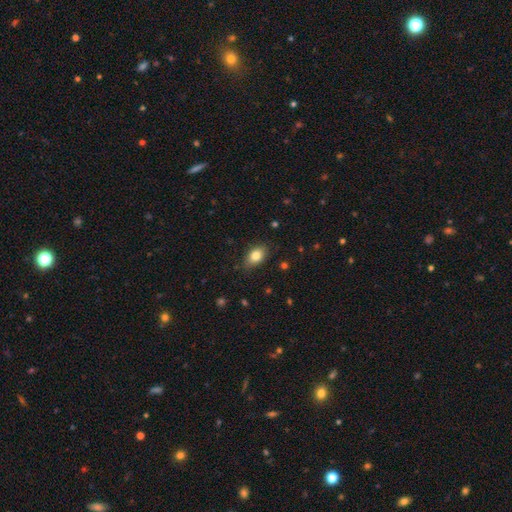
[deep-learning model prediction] smooth-or-featured: smooth: 82% | featured or disk: 9% | star or artifact: 9%
  how-rounded: in between: 85% | round: 13% | cigar-shaped: 2%
  merging: none: 82% | minor disturbance: 14% | major disturbance: 3% | merger: 1%